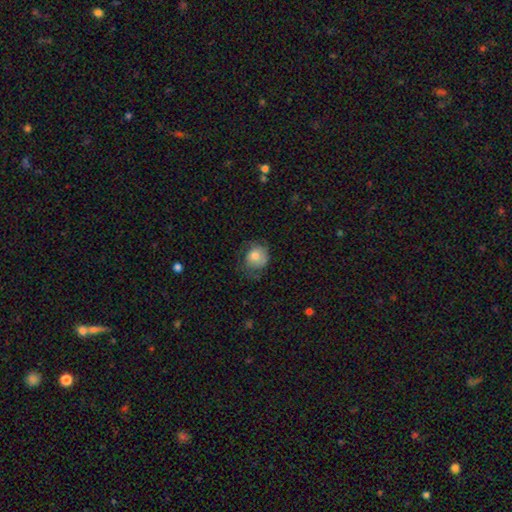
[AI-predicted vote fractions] smooth 75%, featured or disk 17%, star or artifact 8%. Down the decision tree: how rounded — round (72%); merging — none (50%).